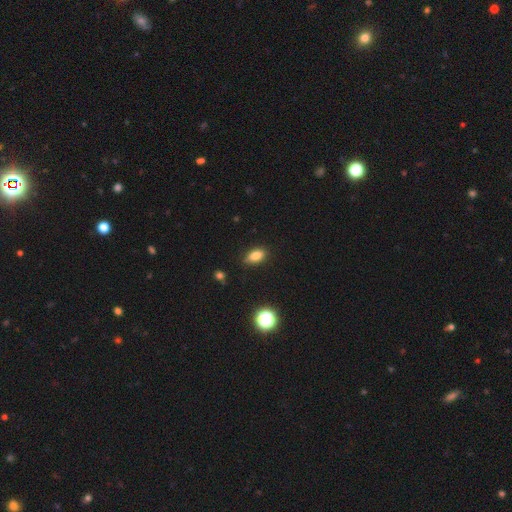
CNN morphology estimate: smooth-or-featured: smooth: 83% | star or artifact: 10% | featured or disk: 7%
  how-rounded: in between: 87% | round: 8% | cigar-shaped: 4%
  merging: none: 81% | minor disturbance: 15% | major disturbance: 3% | merger: 1%